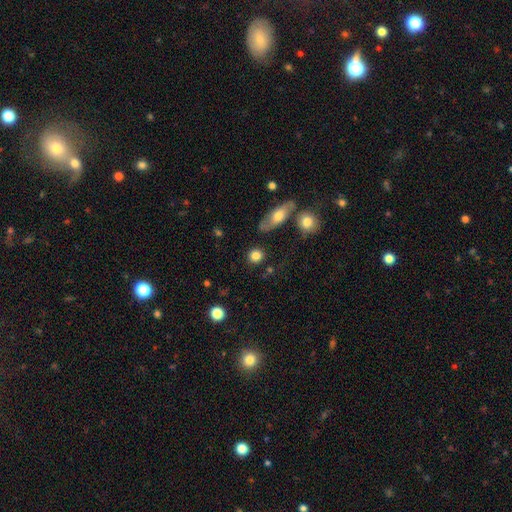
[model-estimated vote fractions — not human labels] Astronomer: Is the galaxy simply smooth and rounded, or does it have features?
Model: smooth — 84%.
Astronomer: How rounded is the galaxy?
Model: round — 85%.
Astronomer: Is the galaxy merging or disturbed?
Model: none — 83%.